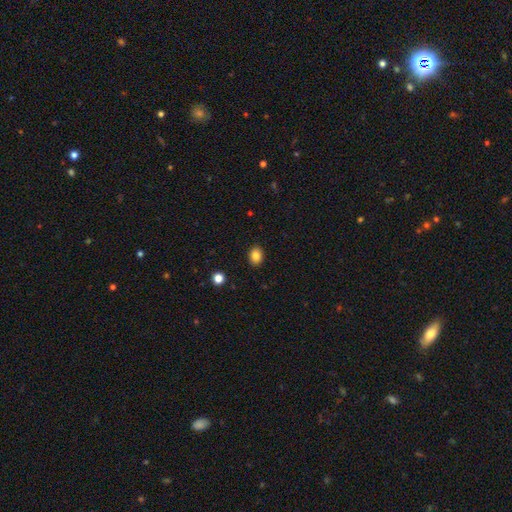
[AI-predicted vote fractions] This appears to be a smooth galaxy with no disk features (85%) that is in between round and cigar-shaped (58%). Merging: none (90%).